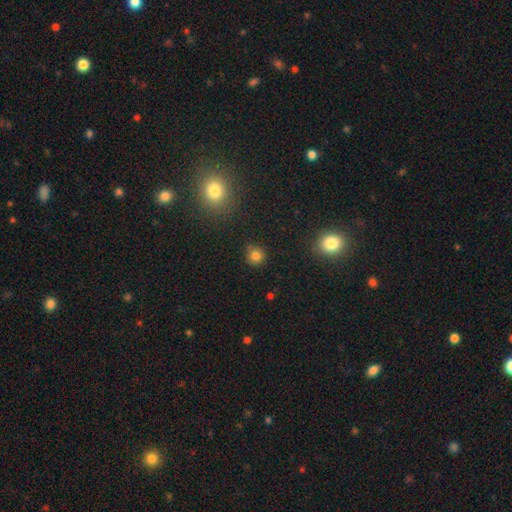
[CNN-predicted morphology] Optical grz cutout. It shows a smooth galaxy with no disk features (79%) that is round (91%). Merging: none (82%).